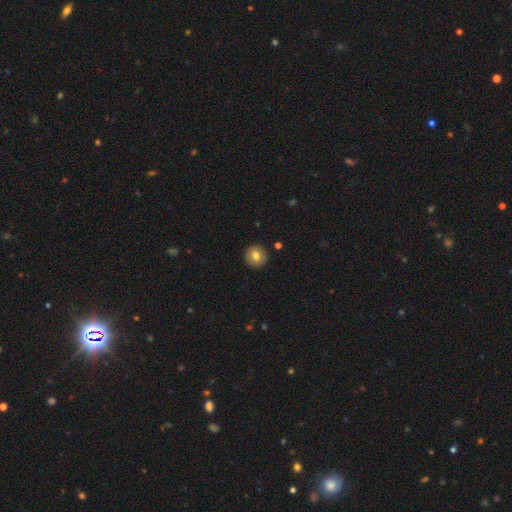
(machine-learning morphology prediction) smooth 76%, featured or disk 16%, star or artifact 8%. Down the decision tree: how rounded — round (94%); merging — none (92%).